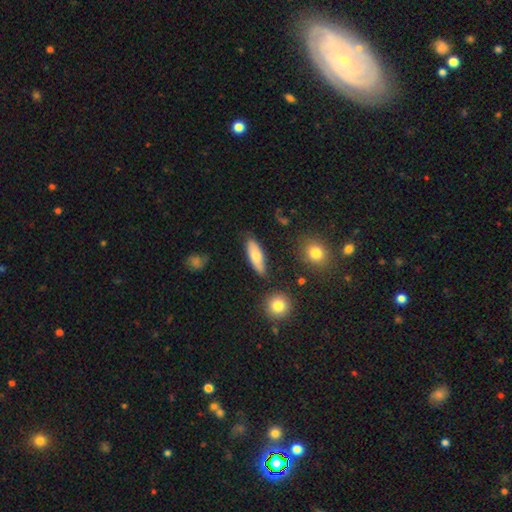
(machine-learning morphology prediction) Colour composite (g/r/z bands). It shows a smooth galaxy with no disk features (68%) that is in between round and cigar-shaped (60%). Merging: none (77%).